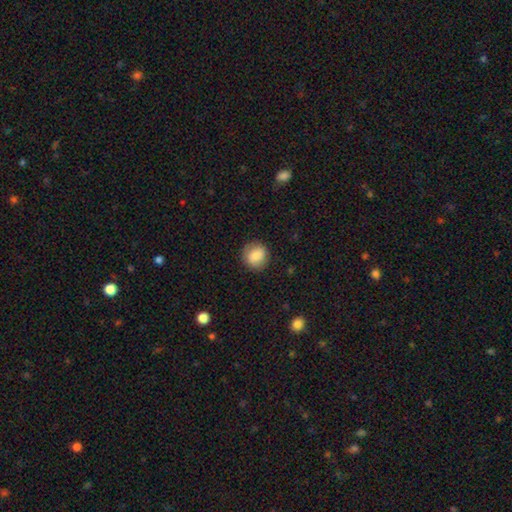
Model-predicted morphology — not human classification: Smooth or featured? smooth (83%)
How rounded? round (85%)
Merging? none (85%)